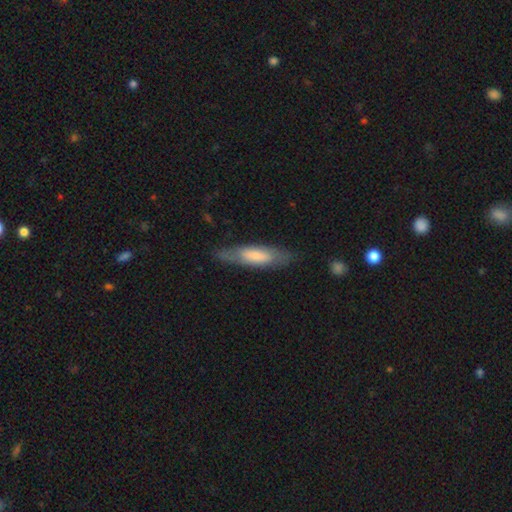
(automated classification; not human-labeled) Smooth or featured? smooth (59%)
How rounded? cigar-shaped (61%)
Merging? none (78%)